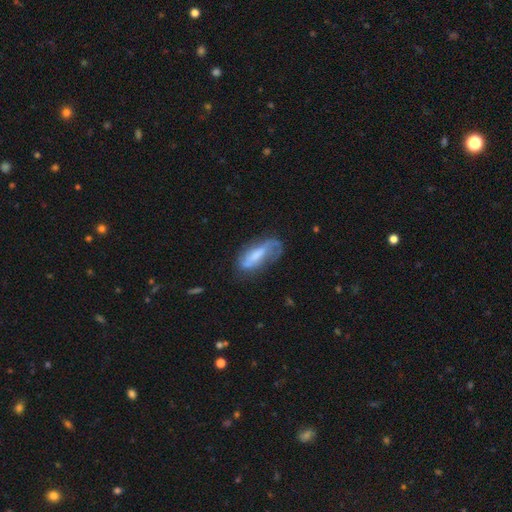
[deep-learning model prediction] A featured or disk galaxy (46%, tied with smooth).

Vote fractions:
- Smooth or featured? featured or disk: 46% (tied) / smooth: 46% (tied) / star or artifact: 8%
- Merging? none: 47% / minor disturbance: 30% / major disturbance: 20% / merger: 3%